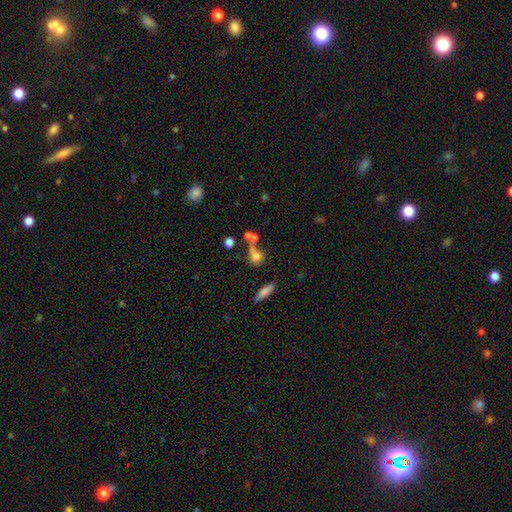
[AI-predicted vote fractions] Smooth or featured? Predicted: smooth (p=0.71). How rounded? Predicted: round (p=0.68). Merging? Predicted: merger (p=0.41).